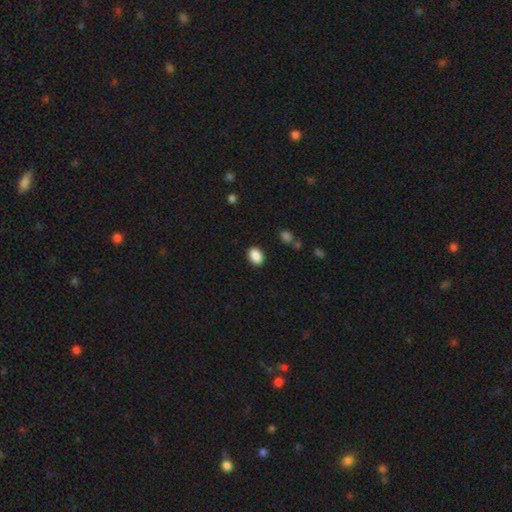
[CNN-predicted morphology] Smooth or featured? smooth (89%)
How rounded? in between (79%)
Merging? none (89%)